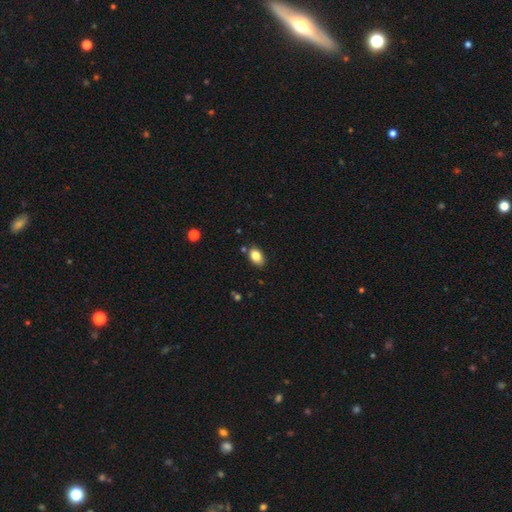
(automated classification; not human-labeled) This is clearly a smooth galaxy (83%). How rounded: clearly in between (84%). Merging: likely none (80%).